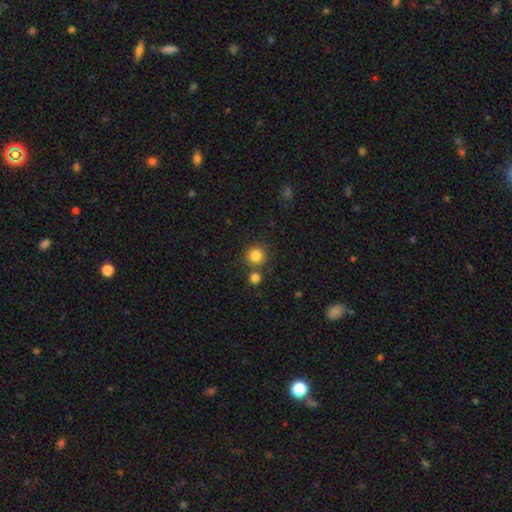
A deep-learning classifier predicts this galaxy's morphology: Smooth or featured? Predicted: smooth (p=0.84). How rounded? Predicted: round (p=0.93). Merging? Predicted: none (p=0.76).